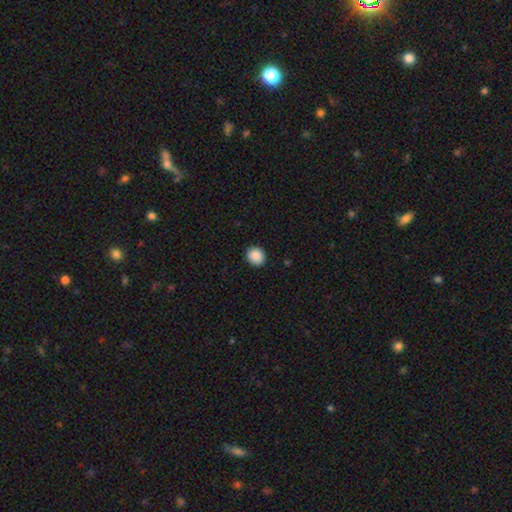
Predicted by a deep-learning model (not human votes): Smooth or featured?
  - smooth: 89% *
  - star or artifact: 8%
  - featured or disk: 3%
How rounded?
  - round: 78% *
  - in between: 21%
  - cigar-shaped: 1%
Merging?
  - none: 90% *
  - minor disturbance: 7%
  - major disturbance: 2%
  - merger: 1%